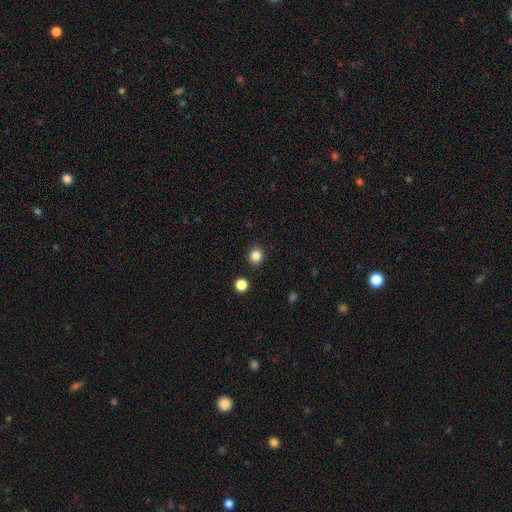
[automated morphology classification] Overall: smooth (84%). How rounded: round (83%). Merging: none (89%).